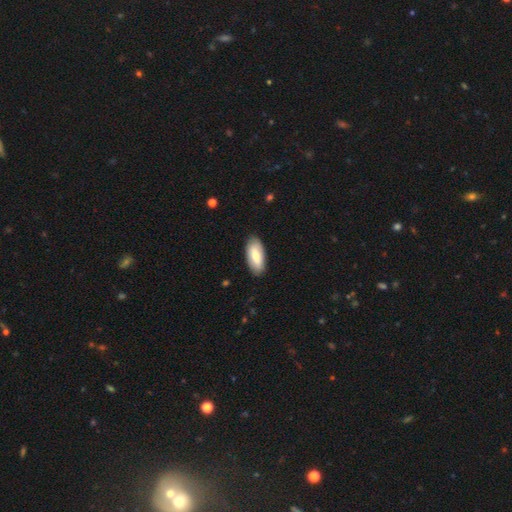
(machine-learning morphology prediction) Smooth or featured? smooth (75%)
How rounded? in between (88%)
Merging? none (86%)